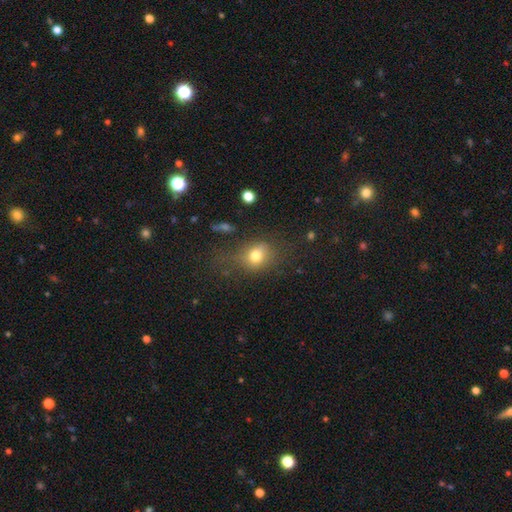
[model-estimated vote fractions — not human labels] This appears to be a smooth galaxy with no disk features (74%) that is round (50%). Merging: none (57%).